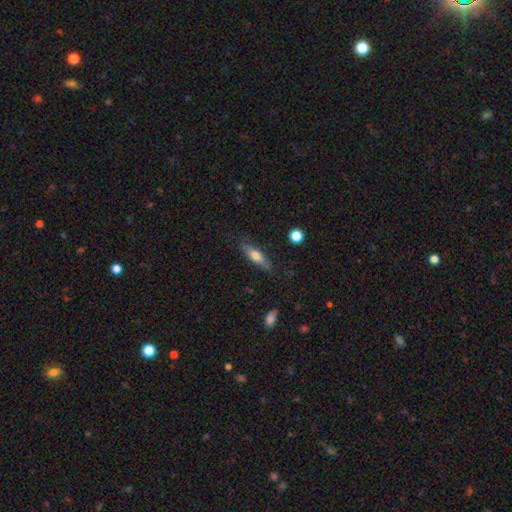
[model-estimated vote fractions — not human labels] Smooth or featured?
  - smooth: 61% *
  - featured or disk: 32%
  - star or artifact: 7%
How rounded?
  - cigar-shaped: 61% *
  - in between: 37%
  - round: 3%
Merging?
  - none: 81% *
  - minor disturbance: 14%
  - major disturbance: 4%
  - merger: 2%